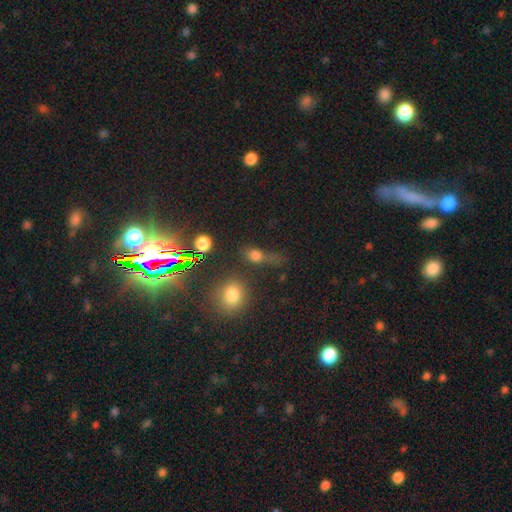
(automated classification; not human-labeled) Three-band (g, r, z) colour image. It shows a smooth galaxy with no disk features (61%) that is round (47%). Merging: none (49%).